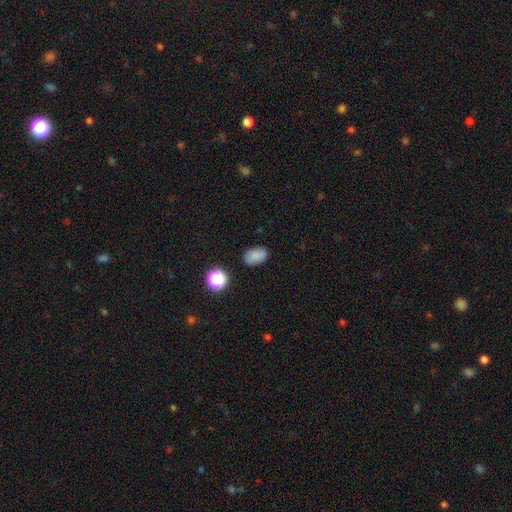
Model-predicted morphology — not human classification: This is clearly a smooth galaxy (83%). How rounded: clearly in between (84%). Merging: clearly none (83%).